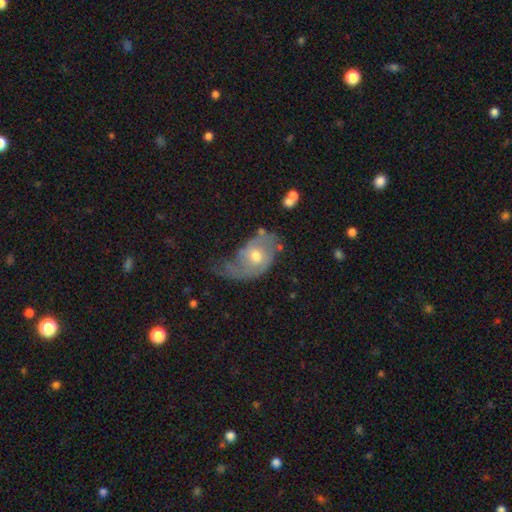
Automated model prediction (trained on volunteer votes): A featured or disk galaxy (63%) with no bar (69%), spiral arms (74%) and a moderate central bulge (69%). Merging: none (33%).